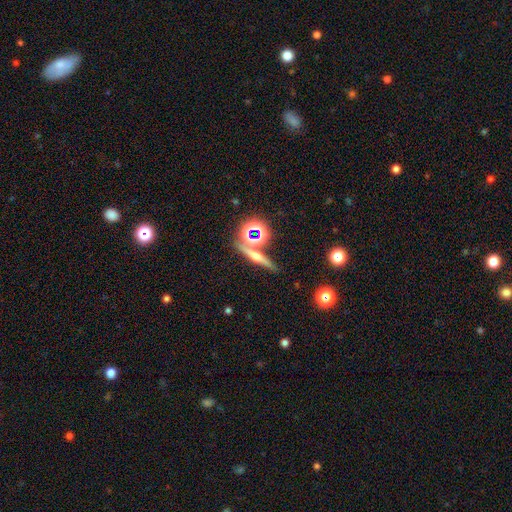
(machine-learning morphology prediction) featured or disk 52%, smooth 29%, star or artifact 19%. Down the decision tree: edge-on disk — yes (91%); merging — none (75%).